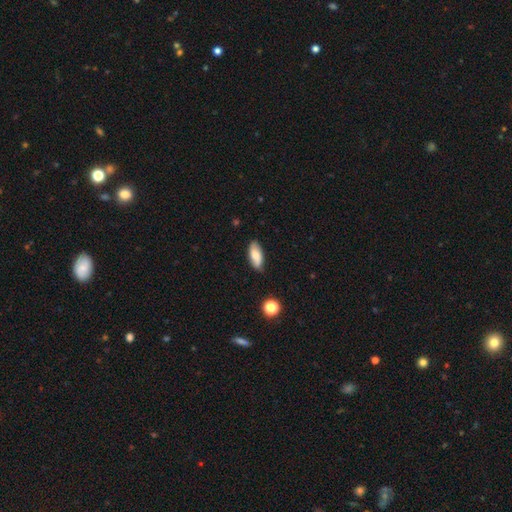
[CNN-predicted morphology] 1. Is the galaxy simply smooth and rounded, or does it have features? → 72% smooth, 20% featured or disk, 8% star or artifact.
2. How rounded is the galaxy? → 85% in between, 12% cigar-shaped, 3% round.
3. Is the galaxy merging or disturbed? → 81% none, 15% minor disturbance, 2% major disturbance, 2% merger.